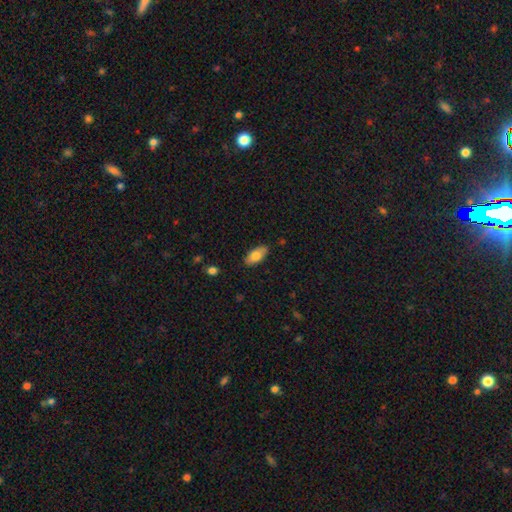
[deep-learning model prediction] A smooth galaxy with no disk features (77%) that is in between round and cigar-shaped (89%). Merging: none (86%).